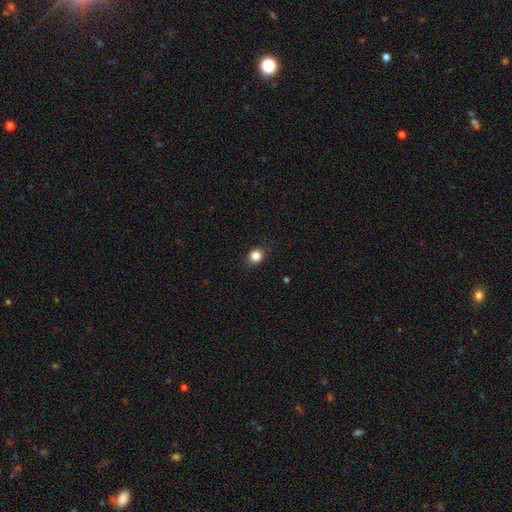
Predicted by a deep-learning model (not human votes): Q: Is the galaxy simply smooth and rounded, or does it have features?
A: smooth — 84%.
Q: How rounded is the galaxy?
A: round — 76%.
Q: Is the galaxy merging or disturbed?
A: none — 87%.